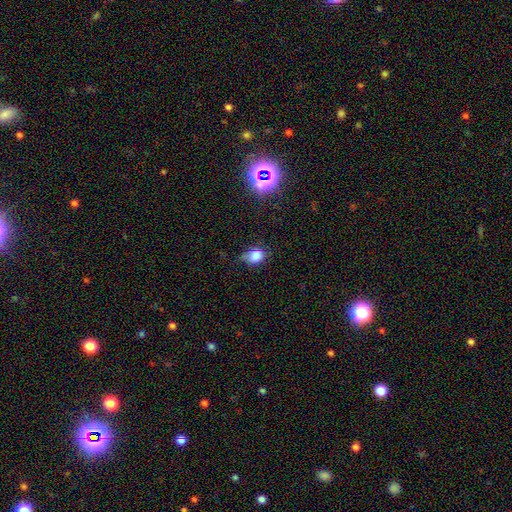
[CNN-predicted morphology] smooth_or_featured: smooth (p=0.78) [alt: star or artifact p=0.13]
how_rounded: in between (p=0.63) [alt: round p=0.36]
merging: none (p=0.50) [alt: minor disturbance p=0.36]